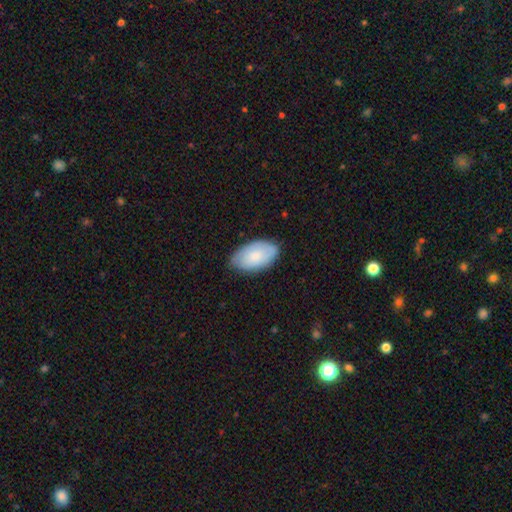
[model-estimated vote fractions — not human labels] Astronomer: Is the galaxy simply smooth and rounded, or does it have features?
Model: smooth — 79%.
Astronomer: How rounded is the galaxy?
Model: in between — 95%.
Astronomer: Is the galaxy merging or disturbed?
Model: none — 76%.